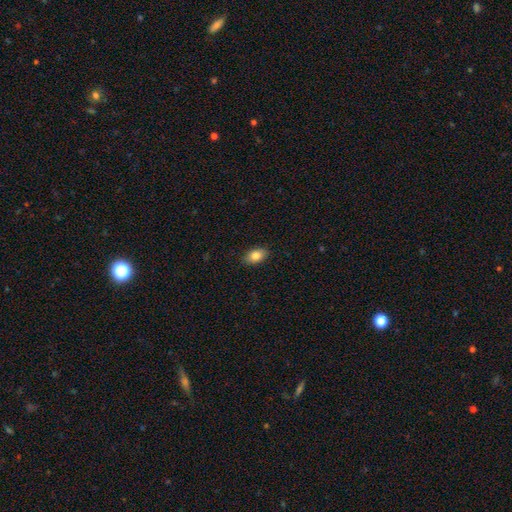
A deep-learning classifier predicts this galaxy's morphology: type=smooth (84%); roundness=in between (90%); merging=none (89%).